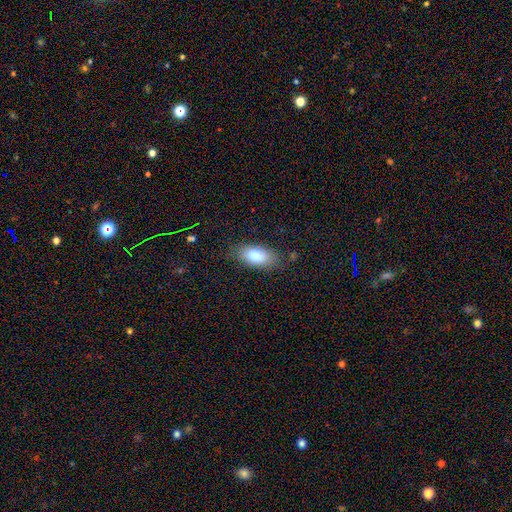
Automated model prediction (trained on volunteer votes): Smooth or featured?
  - smooth: 84% *
  - featured or disk: 10%
  - star or artifact: 7%
How rounded?
  - in between: 90% *
  - cigar-shaped: 8%
  - round: 3%
Merging?
  - none: 78% *
  - minor disturbance: 16%
  - major disturbance: 4%
  - merger: 2%